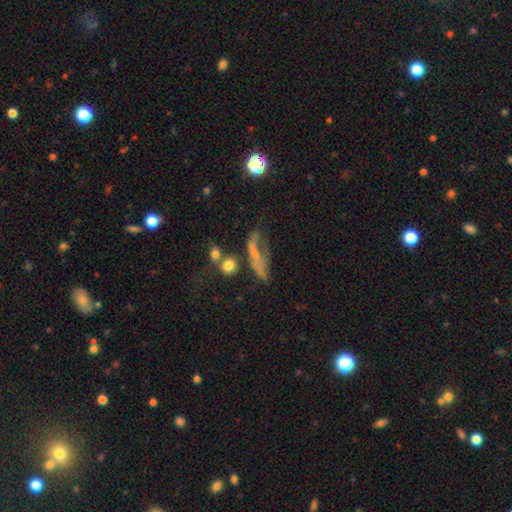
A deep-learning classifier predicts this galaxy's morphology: Smooth or featured: featured or disk — 41% (smooth — 40%)
Merging: none — 33% (major disturbance — 32%)